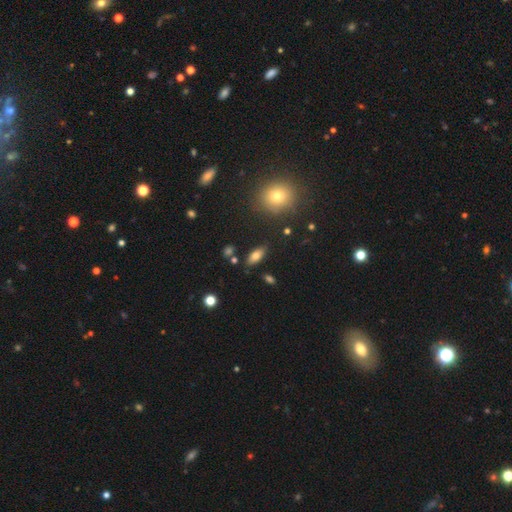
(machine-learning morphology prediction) Smooth or featured? smooth (73%)
How rounded? in between (84%)
Merging? none (83%)